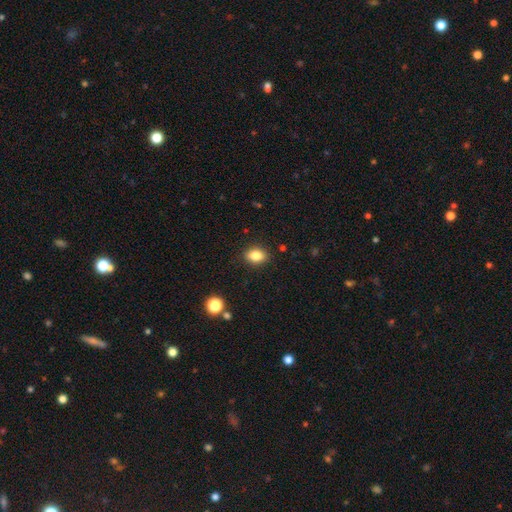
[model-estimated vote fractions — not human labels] This is clearly a smooth galaxy (84%). How rounded: likely in between (76%). Merging: clearly none (88%).